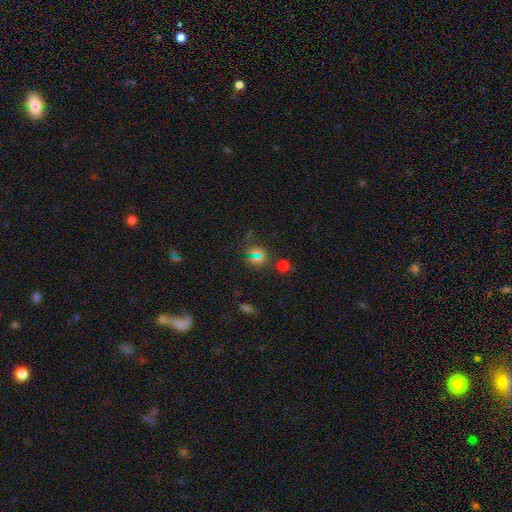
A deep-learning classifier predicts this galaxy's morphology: A star or artifact, not a galaxy (52%).